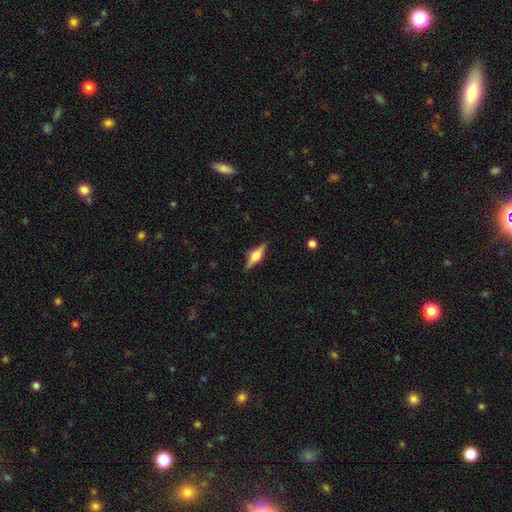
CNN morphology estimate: featured or disk 64%, smooth 29%, star or artifact 7%. Down the decision tree: edge-on disk — yes (96%); edge-on bulge — rounded (90%); merging — none (87%).